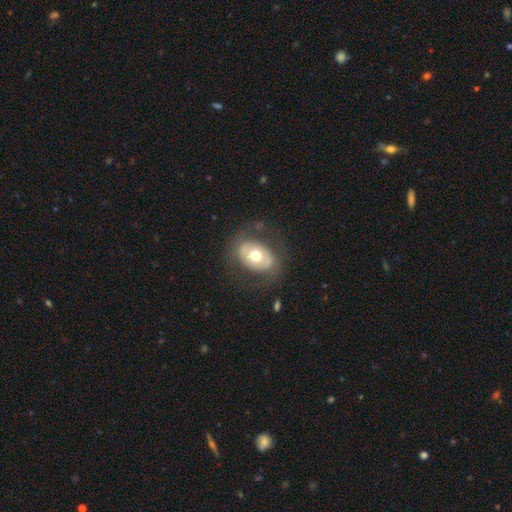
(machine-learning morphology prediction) Q: Smooth or featured?
A: smooth (47%); runner-up: featured or disk (46%)
Q: Merging?
A: none (73%); runner-up: minor disturbance (15%)